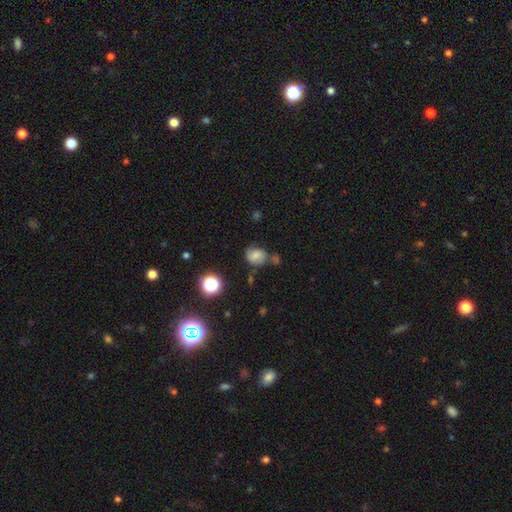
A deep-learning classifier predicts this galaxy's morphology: Smooth or featured: smooth — 59% (featured or disk — 25%)
How rounded: round — 56% (in between — 43%)
Merging: none — 56% (minor disturbance — 23%)